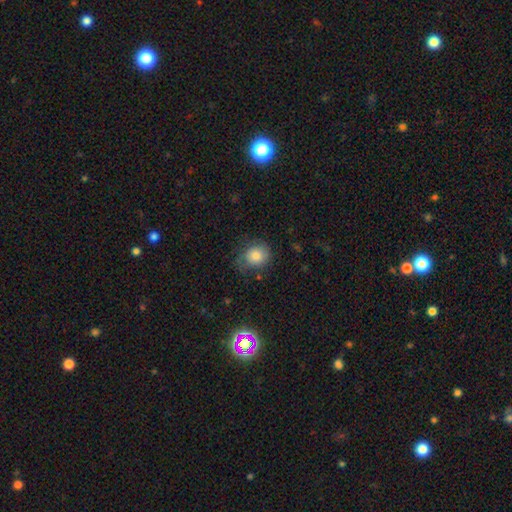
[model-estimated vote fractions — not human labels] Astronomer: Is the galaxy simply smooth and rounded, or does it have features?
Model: smooth — 78%.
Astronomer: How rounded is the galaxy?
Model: round — 71%.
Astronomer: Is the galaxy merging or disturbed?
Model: none — 62%.